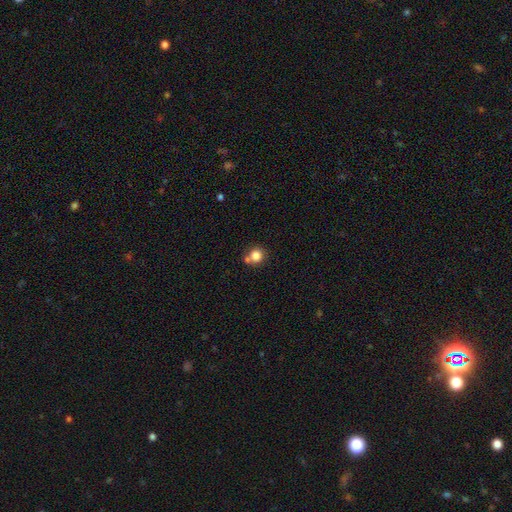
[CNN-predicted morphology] Smooth or featured? smooth (82%)
How rounded? round (89%)
Merging? none (64%)